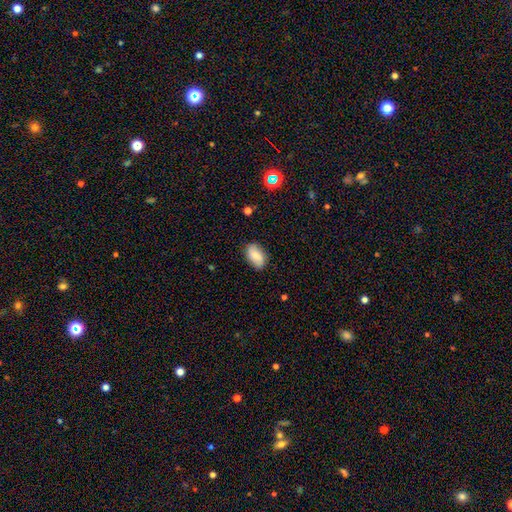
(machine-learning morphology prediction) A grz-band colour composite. It shows a smooth galaxy with no disk features (76%) that is in between round and cigar-shaped (91%). Merging: none (81%).